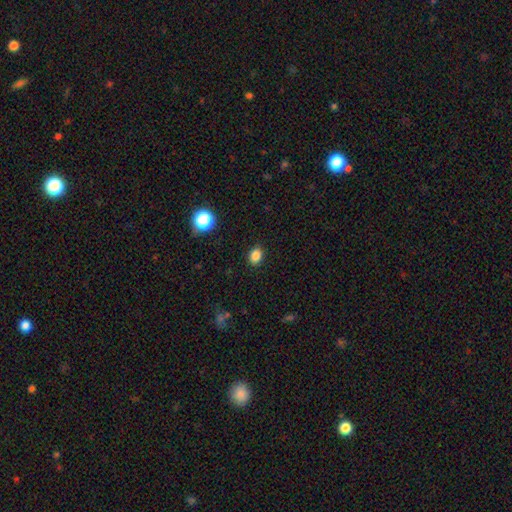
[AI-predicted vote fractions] This is clearly a smooth galaxy (84%). How rounded: possibly in between (59%). Merging: clearly none (89%).